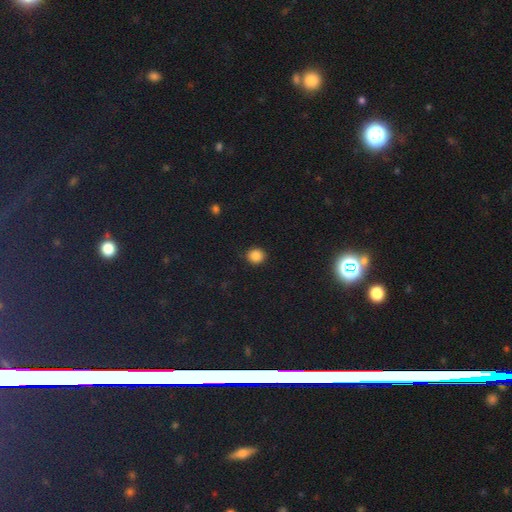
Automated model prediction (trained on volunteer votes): This is clearly a smooth galaxy (86%). How rounded: clearly round (86%). Merging: clearly none (91%).